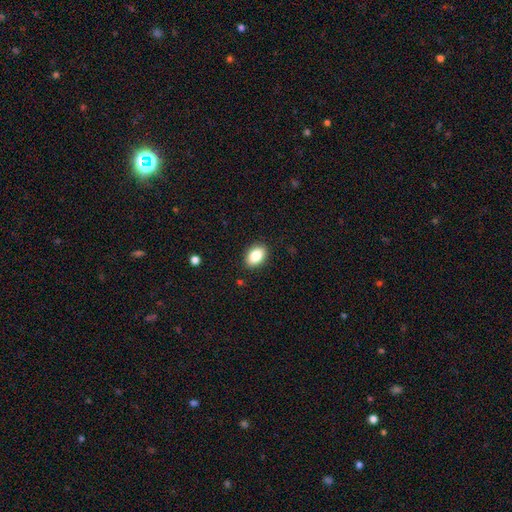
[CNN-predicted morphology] Smooth or featured: smooth — 85% (star or artifact — 8%)
How rounded: in between — 87% (round — 11%)
Merging: none — 89% (minor disturbance — 8%)